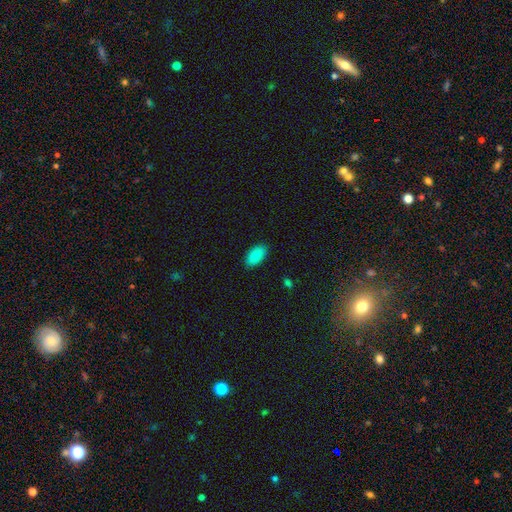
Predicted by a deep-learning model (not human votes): Q: Smooth or featured?
A: smooth (86%); runner-up: star or artifact (7%)
Q: How rounded?
A: in between (94%); runner-up: round (3%)
Q: Merging?
A: none (88%); runner-up: minor disturbance (9%)